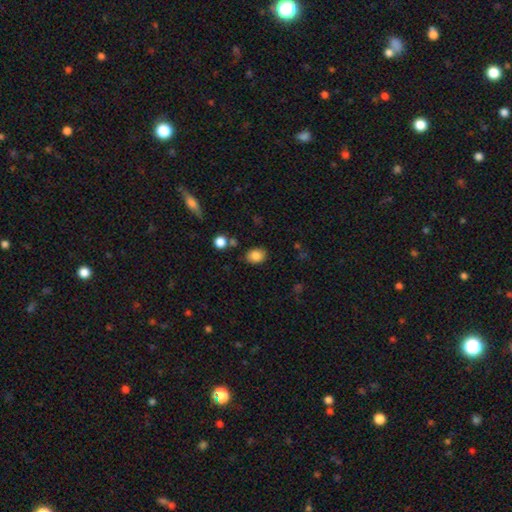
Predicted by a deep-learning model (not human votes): smooth_or_featured: smooth (p=0.85) [alt: star or artifact p=0.10]
how_rounded: in between (p=0.62) [alt: round p=0.37]
merging: none (p=0.80) [alt: minor disturbance p=0.13]